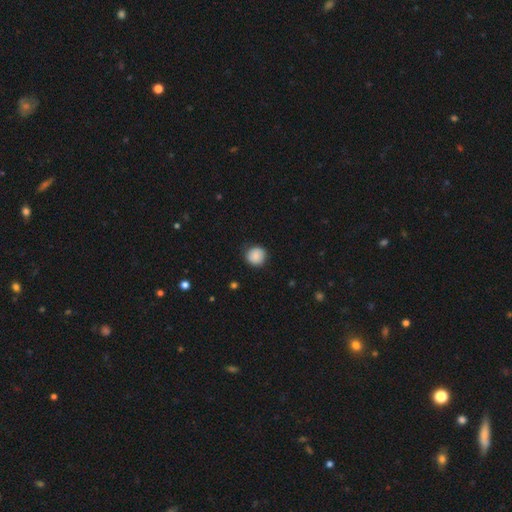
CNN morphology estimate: A smooth galaxy with no disk features (85%) that is round (91%).

Vote fractions:
- Smooth or featured? smooth: 85% / featured or disk: 8% / star or artifact: 8%
- How rounded? round: 91% / in between: 8% / cigar-shaped: 1%
- Merging? none: 83% / minor disturbance: 13% / major disturbance: 3% / merger: 1%